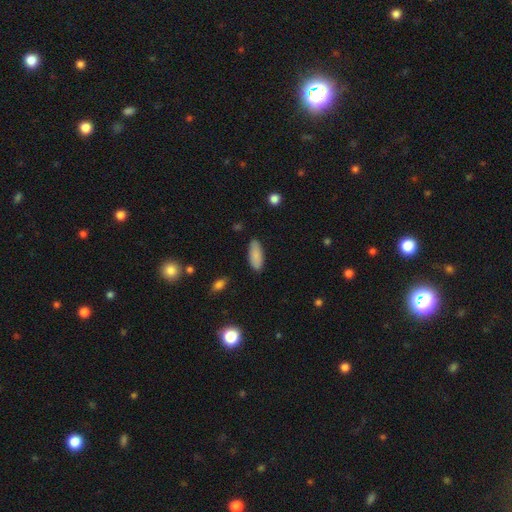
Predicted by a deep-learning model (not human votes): Overall: smooth (86%). How rounded: in between (78%). Merging: none (86%).